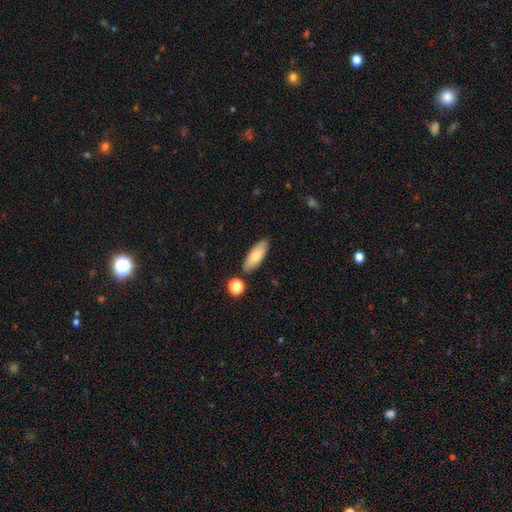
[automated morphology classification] Smooth or featured: smooth — 77% (featured or disk — 16%)
How rounded: in between — 68% (cigar-shaped — 30%)
Merging: none — 82% (minor disturbance — 11%)